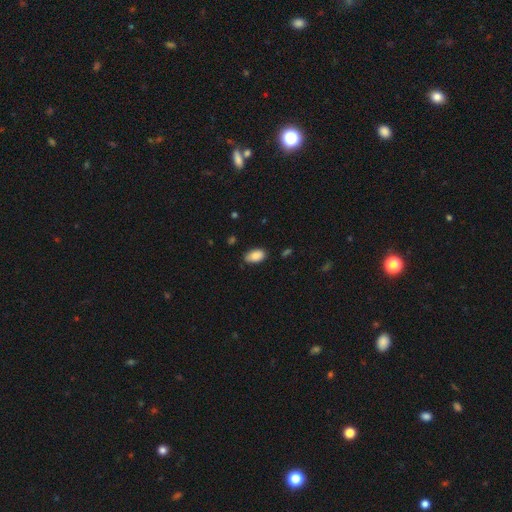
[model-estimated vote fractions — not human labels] This appears to be a smooth galaxy with no disk features (87%) that is in between round and cigar-shaped (93%). Merging: none (77%).